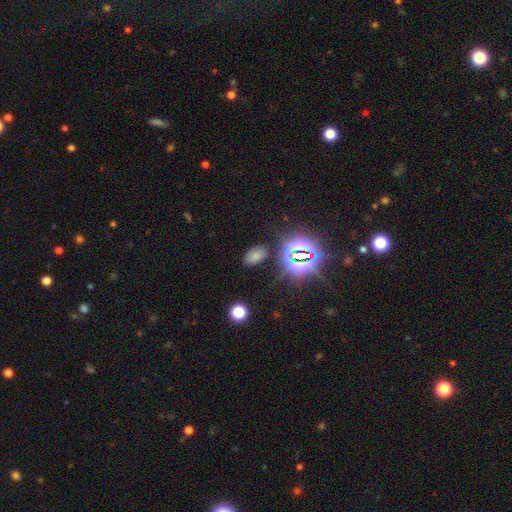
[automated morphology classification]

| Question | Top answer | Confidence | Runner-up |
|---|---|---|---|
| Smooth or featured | smooth | 62% | star or artifact (30%) |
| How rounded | in between | 91% | round (8%) |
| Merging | none | 83% | minor disturbance (11%) |